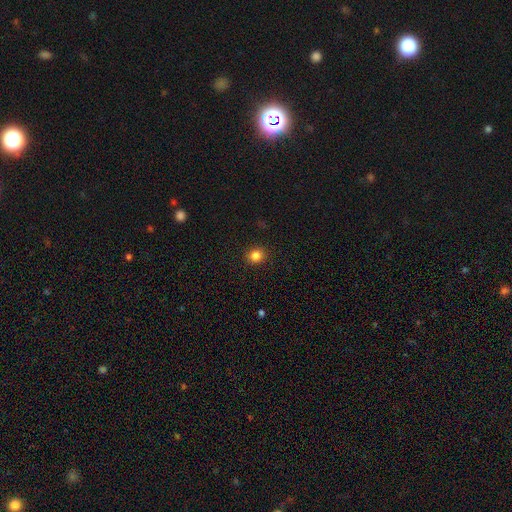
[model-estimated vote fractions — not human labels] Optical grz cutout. It shows a smooth galaxy with no disk features (84%) that is round (84%). Merging: none (91%).